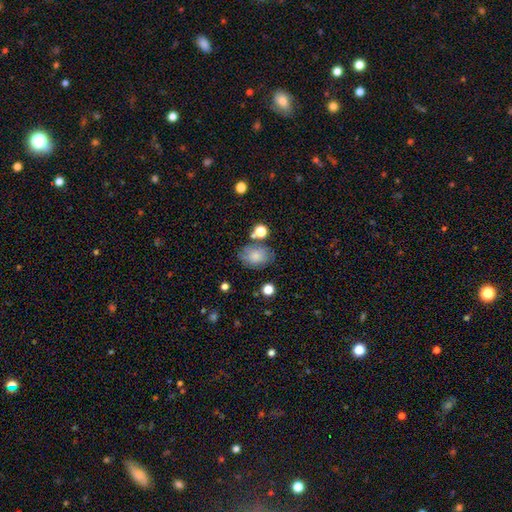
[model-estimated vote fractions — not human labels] Smooth or featured? smooth (77%)
How rounded? in between (72%)
Merging? none (65%)